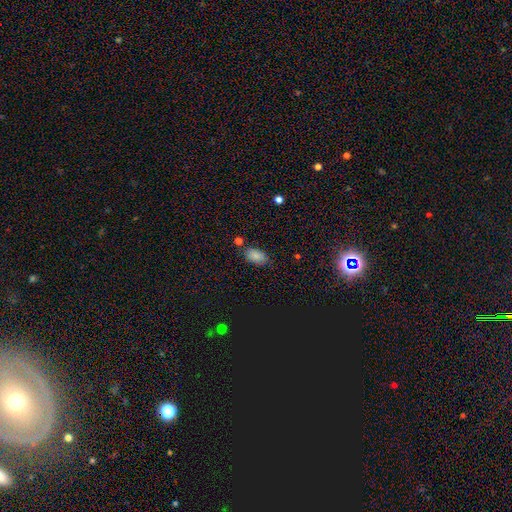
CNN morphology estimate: Smooth or featured?
  - smooth: 82% *
  - star or artifact: 12%
  - featured or disk: 7%
How rounded?
  - in between: 91% *
  - round: 7%
  - cigar-shaped: 2%
Merging?
  - none: 72% *
  - minor disturbance: 19%
  - merger: 6%
  - major disturbance: 4%